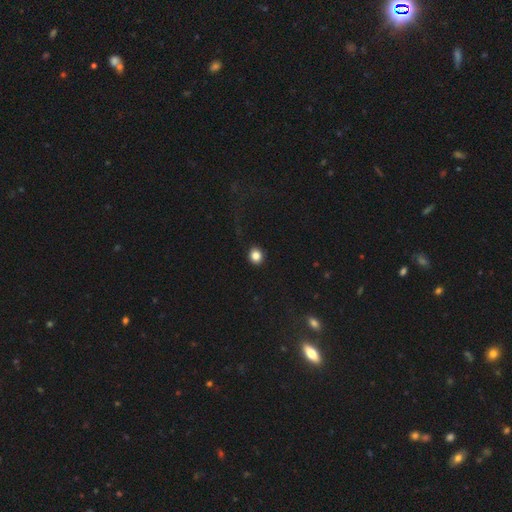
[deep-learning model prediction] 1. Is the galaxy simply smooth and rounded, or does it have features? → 84% smooth, 11% star or artifact, 5% featured or disk.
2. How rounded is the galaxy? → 79% round, 20% in between, 1% cigar-shaped.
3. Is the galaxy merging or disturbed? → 90% none, 6% minor disturbance, 2% major disturbance, 1% merger.